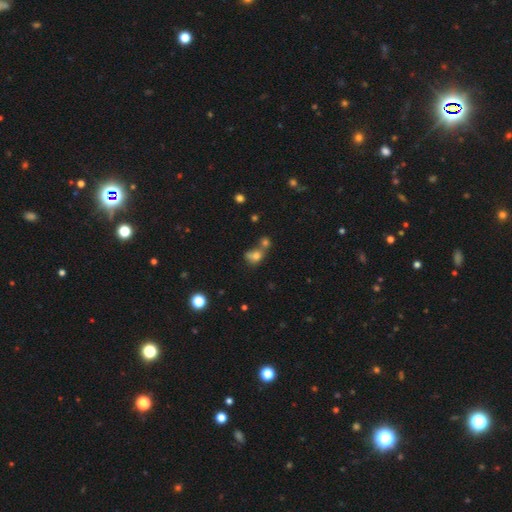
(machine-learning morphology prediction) A smooth galaxy with no disk features (70%) that is round (55%). Merging: merger (54%).